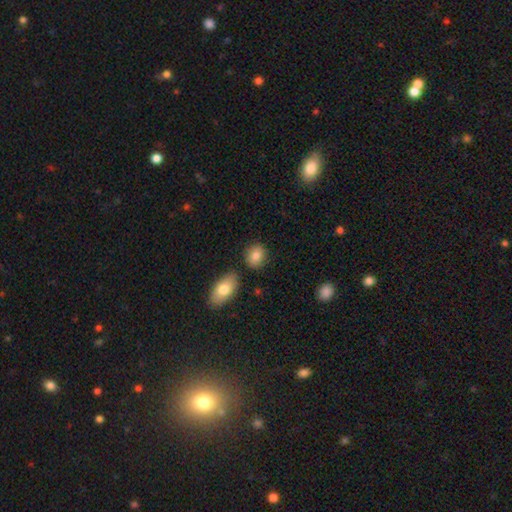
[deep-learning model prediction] Smooth or featured? smooth (84%)
How rounded? round (56%)
Merging? none (81%)